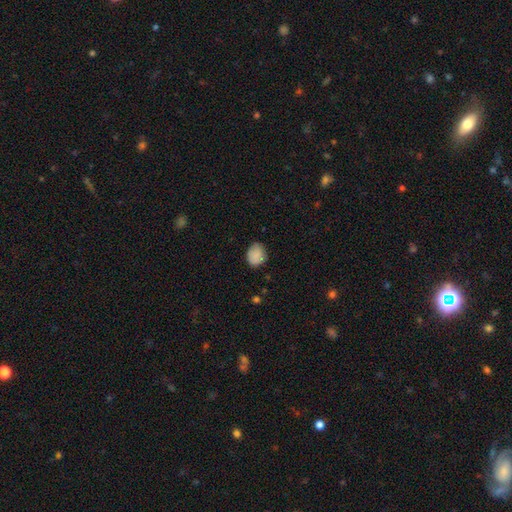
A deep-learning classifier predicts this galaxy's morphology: The model was most divided on "how rounded": round: 54%, in between: 45%, cigar-shaped: 1%. More confident: smooth or featured — smooth (86%); merging — none (75%).